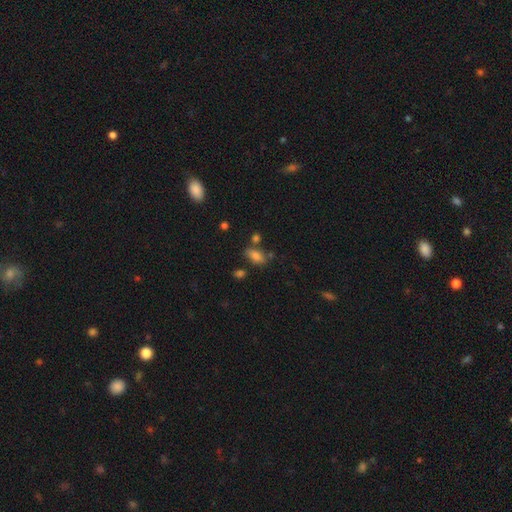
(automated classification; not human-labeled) A smooth galaxy with no disk features (80%) that is in between round and cigar-shaped (87%).

Vote fractions:
- Smooth or featured? smooth: 80% / star or artifact: 11% / featured or disk: 8%
- How rounded? in between: 87% / cigar-shaped: 7% / round: 6%
- Merging? none: 64% / minor disturbance: 18% / merger: 12% / major disturbance: 6%